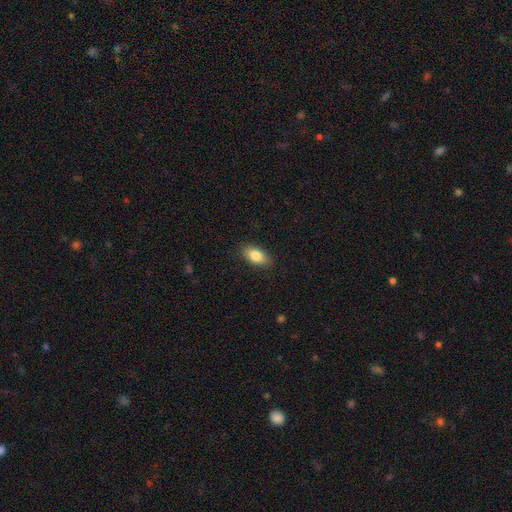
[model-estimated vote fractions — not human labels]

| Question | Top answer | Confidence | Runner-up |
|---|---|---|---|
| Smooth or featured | smooth | 83% | featured or disk (10%) |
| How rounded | in between | 91% | round (5%) |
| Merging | none | 87% | minor disturbance (10%) |